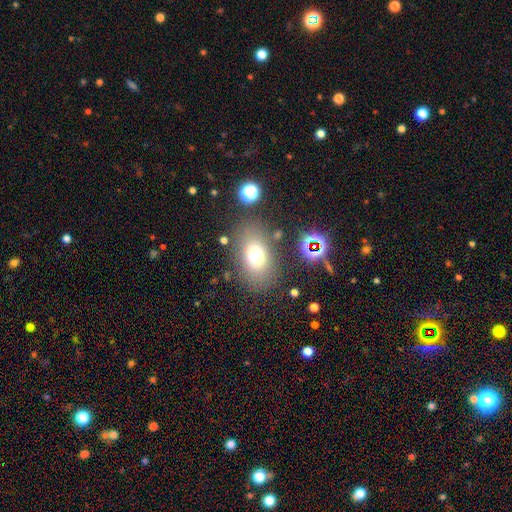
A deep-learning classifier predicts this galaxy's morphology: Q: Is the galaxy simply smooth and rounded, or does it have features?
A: smooth — 70%.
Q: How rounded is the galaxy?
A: in between — 76%.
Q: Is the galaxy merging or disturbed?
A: none — 77%.